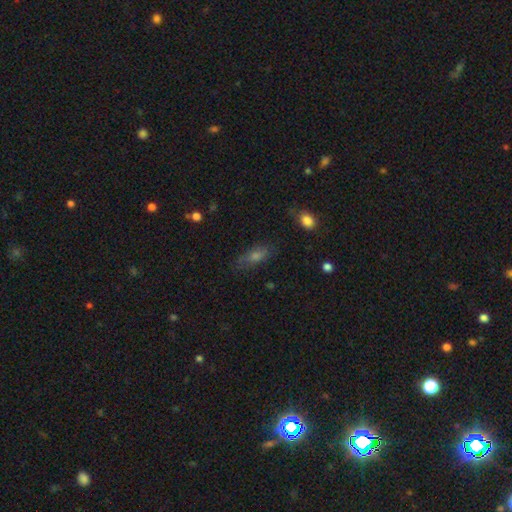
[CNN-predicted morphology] The model was most divided on "smooth or featured": smooth: 53%, featured or disk: 28%, star or artifact: 18%. More confident: merging — none (74%); how rounded — in between (64%).